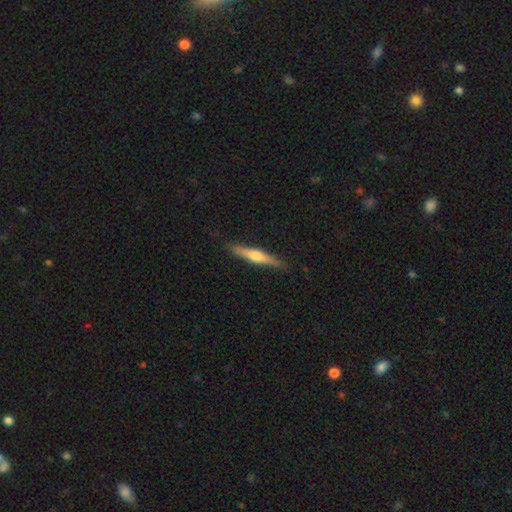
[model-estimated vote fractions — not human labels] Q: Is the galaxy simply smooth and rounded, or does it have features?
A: featured or disk — 55%.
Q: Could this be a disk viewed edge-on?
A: yes — 96%.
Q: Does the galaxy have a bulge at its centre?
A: rounded — 83%.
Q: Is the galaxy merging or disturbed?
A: none — 87%.